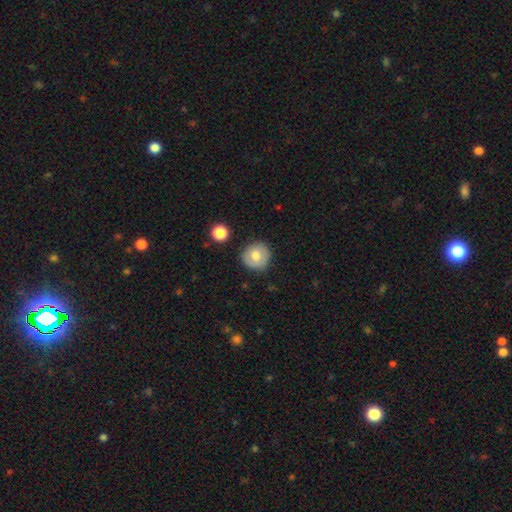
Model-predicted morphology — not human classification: This is likely a smooth galaxy (69%). How rounded: clearly round (93%). Merging: clearly none (85%).